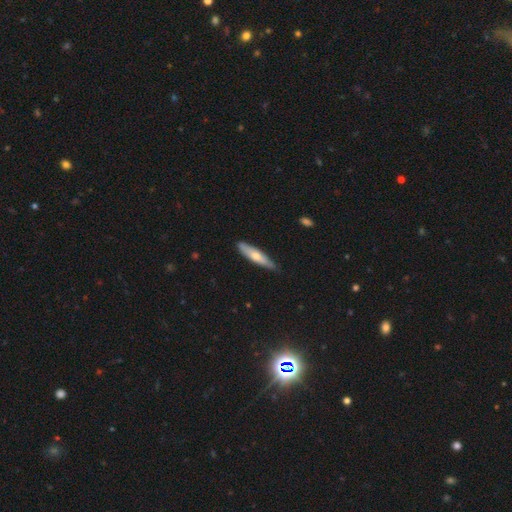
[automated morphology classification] smooth_or_featured: smooth (p=0.53) [alt: featured or disk p=0.41]
how_rounded: cigar-shaped (p=0.84) [alt: in between p=0.14]
merging: none (p=0.86) [alt: minor disturbance p=0.11]